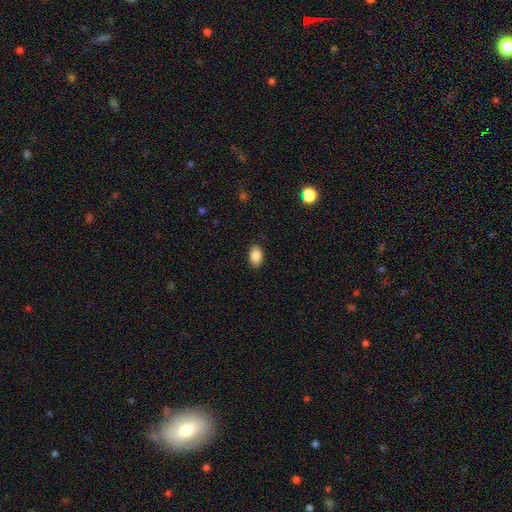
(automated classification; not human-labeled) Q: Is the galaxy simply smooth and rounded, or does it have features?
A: smooth — 87%.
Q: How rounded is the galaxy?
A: in between — 89%.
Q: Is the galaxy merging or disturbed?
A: none — 88%.